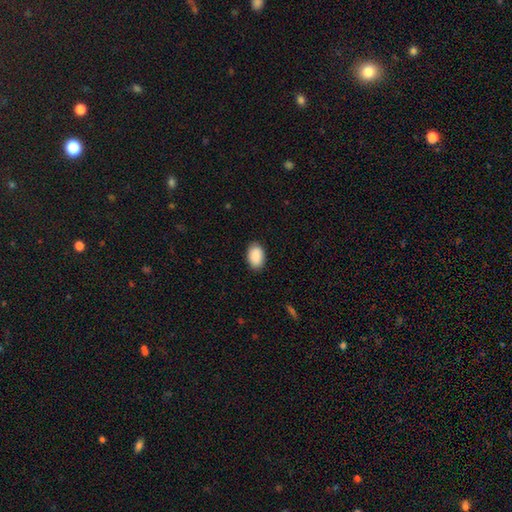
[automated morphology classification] A smooth galaxy with no disk features (90%) that is in between round and cigar-shaped (91%).

Vote fractions:
- Smooth or featured? smooth: 90% / star or artifact: 6% / featured or disk: 3%
- How rounded? in between: 91% / round: 8% / cigar-shaped: 1%
- Merging? none: 88% / minor disturbance: 9% / major disturbance: 2% / merger: 1%